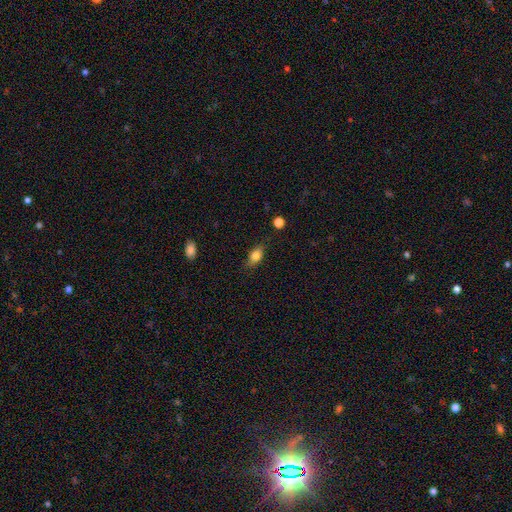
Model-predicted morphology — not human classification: Smooth or featured?
  - smooth: 79% *
  - featured or disk: 12%
  - star or artifact: 9%
How rounded?
  - in between: 81% *
  - round: 11%
  - cigar-shaped: 9%
Merging?
  - none: 77% *
  - minor disturbance: 18%
  - major disturbance: 4%
  - merger: 1%